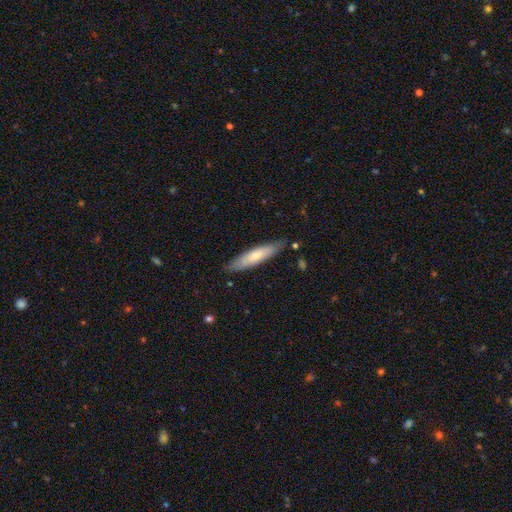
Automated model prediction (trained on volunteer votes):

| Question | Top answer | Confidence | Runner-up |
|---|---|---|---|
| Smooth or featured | smooth | 64% | featured or disk (31%) |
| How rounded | cigar-shaped | 76% | in between (23%) |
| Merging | none | 82% | minor disturbance (14%) |